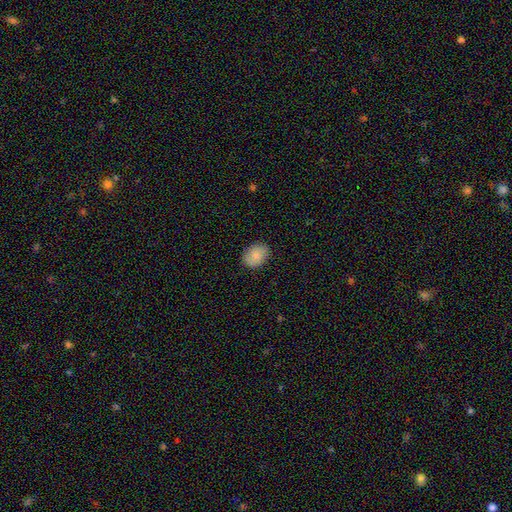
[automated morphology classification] A smooth galaxy with no disk features (82%) that is in between round and cigar-shaped (65%).

Vote fractions:
- Smooth or featured? smooth: 82% / featured or disk: 10% / star or artifact: 7%
- How rounded? in between: 65% / round: 34% / cigar-shaped: 1%
- Merging? none: 83% / minor disturbance: 13% / major disturbance: 3% / merger: 1%